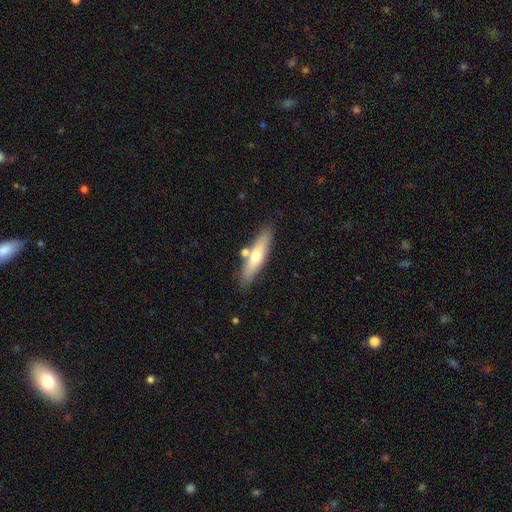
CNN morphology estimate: smooth_or_featured: smooth (p=0.57) [alt: featured or disk p=0.37]
how_rounded: cigar-shaped (p=0.77) [alt: in between p=0.21]
merging: none (p=0.77) [alt: minor disturbance p=0.11]